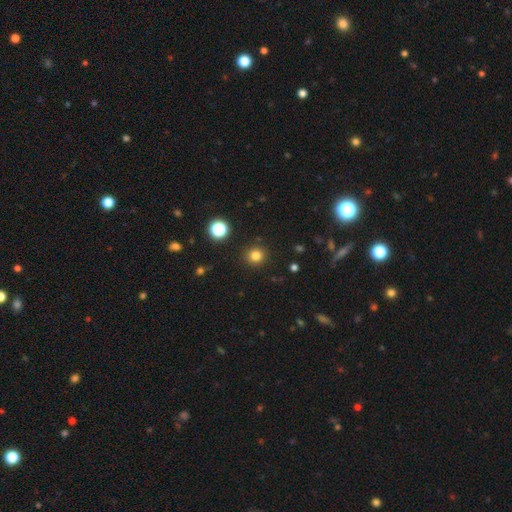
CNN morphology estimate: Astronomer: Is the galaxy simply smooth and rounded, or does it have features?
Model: smooth — 81%.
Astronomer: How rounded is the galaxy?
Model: round — 92%.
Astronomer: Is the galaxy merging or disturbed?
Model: none — 91%.